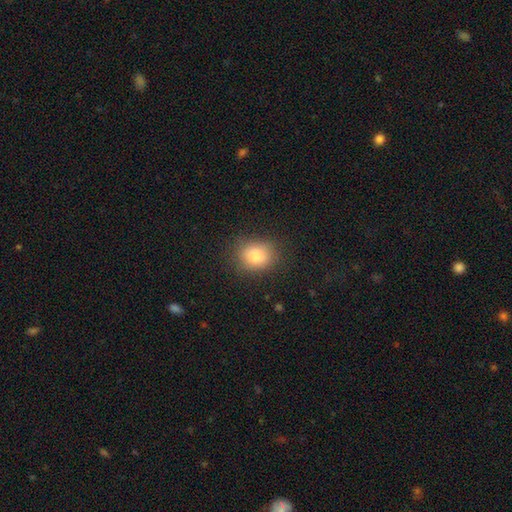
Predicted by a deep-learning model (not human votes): The model was most divided on "how rounded": round: 59%, in between: 40%, cigar-shaped: 1%. More confident: smooth or featured — smooth (83%); merging — none (82%).